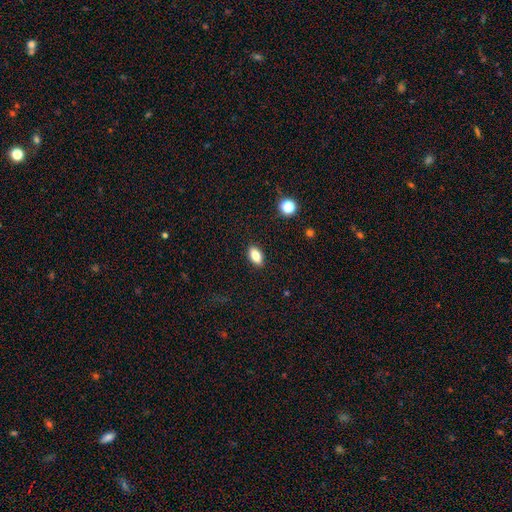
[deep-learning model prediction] Smooth or featured? smooth (82%)
How rounded? in between (90%)
Merging? none (89%)